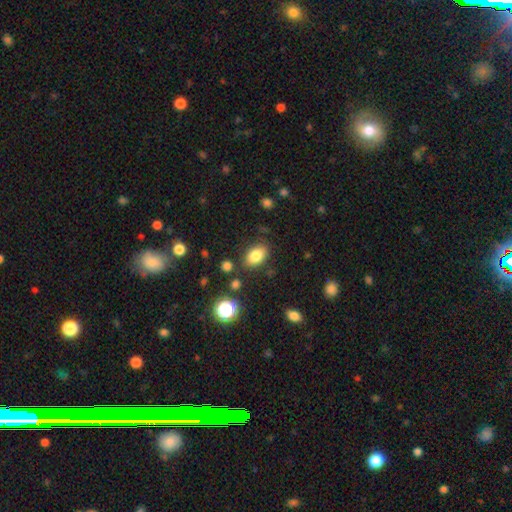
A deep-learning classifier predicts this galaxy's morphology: smooth-or-featured: smooth: 81% | star or artifact: 10% | featured or disk: 9%
  how-rounded: in between: 86% | round: 12% | cigar-shaped: 2%
  merging: none: 82% | minor disturbance: 11% | major disturbance: 3% | merger: 3%